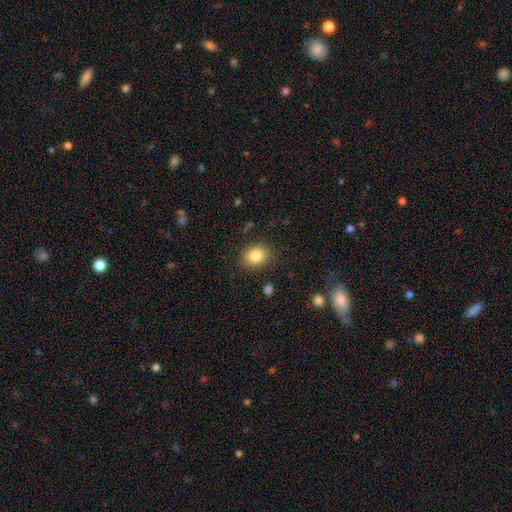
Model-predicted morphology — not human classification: smooth-or-featured: smooth: 84% | star or artifact: 10% | featured or disk: 7%
  how-rounded: round: 57% | in between: 42% | cigar-shaped: 1%
  merging: none: 86% | minor disturbance: 9% | major disturbance: 3% | merger: 1%